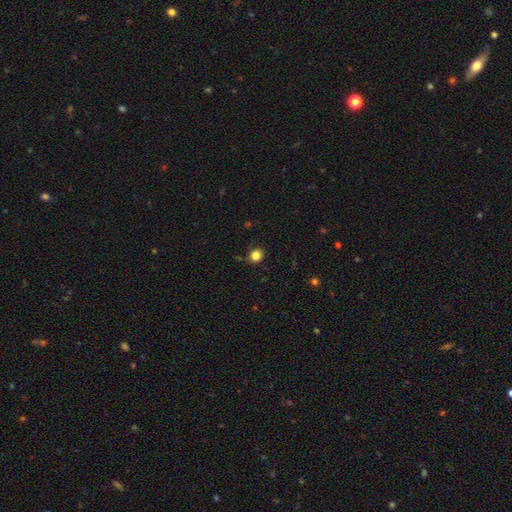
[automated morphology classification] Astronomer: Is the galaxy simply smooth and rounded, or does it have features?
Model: smooth — 83%.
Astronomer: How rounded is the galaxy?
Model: round — 85%.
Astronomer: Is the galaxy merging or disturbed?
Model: none — 87%.